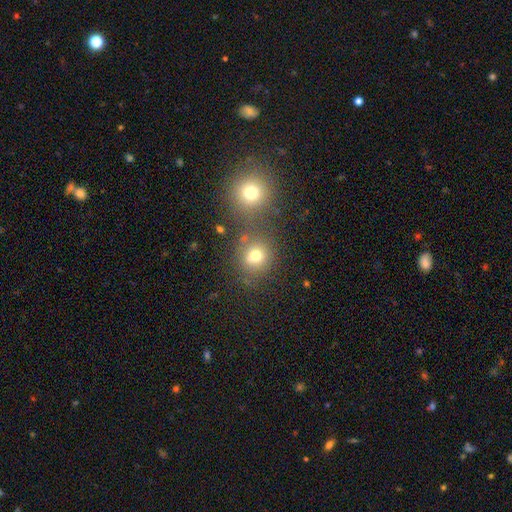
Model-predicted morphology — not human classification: smooth-or-featured: smooth: 73% | star or artifact: 16% | featured or disk: 10%
  how-rounded: round: 81% | in between: 18% | cigar-shaped: 1%
  merging: none: 60% | merger: 26% | minor disturbance: 10% | major disturbance: 5%